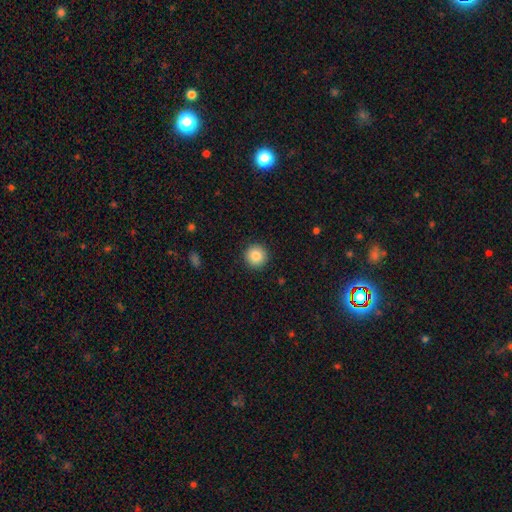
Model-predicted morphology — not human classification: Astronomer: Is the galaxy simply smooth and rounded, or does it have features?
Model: smooth — 85%.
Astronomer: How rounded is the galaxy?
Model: round — 95%.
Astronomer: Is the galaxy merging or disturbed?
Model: none — 92%.